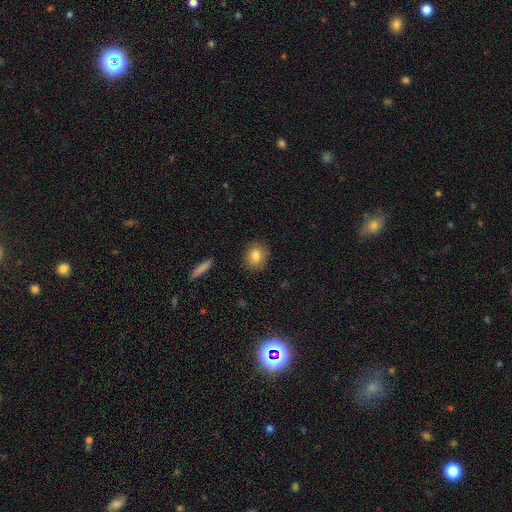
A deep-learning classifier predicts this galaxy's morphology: smooth-or-featured: smooth: 81% | featured or disk: 10% | star or artifact: 9%
  how-rounded: round: 69% | in between: 29% | cigar-shaped: 2%
  merging: none: 89% | minor disturbance: 8% | major disturbance: 2% | merger: 1%